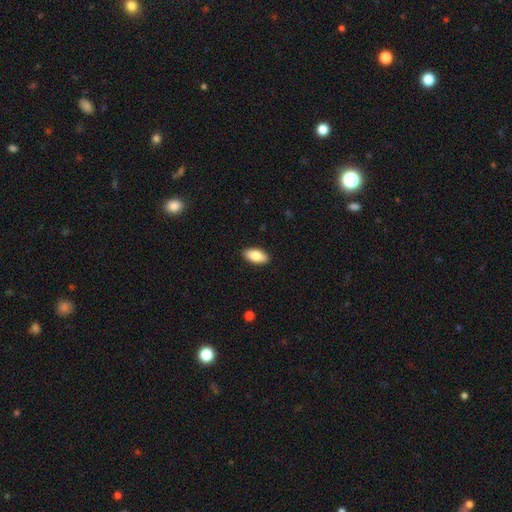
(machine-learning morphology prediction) This appears to be a smooth galaxy with no disk features (82%) that is in between round and cigar-shaped (92%). Merging: none (90%).